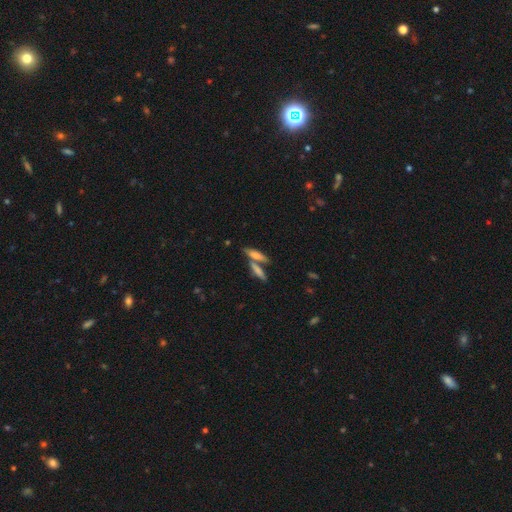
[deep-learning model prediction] Smooth or featured? Predicted: smooth (p=0.63). How rounded? Predicted: cigar-shaped (p=0.67). Merging? Predicted: none (p=0.54).